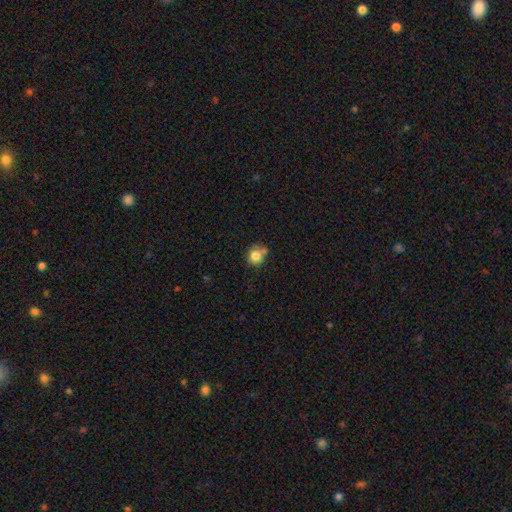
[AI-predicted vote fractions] Q: Smooth or featured?
A: smooth (82%); runner-up: star or artifact (10%)
Q: How rounded?
A: round (83%); runner-up: in between (16%)
Q: Merging?
A: none (58%); runner-up: merger (20%)